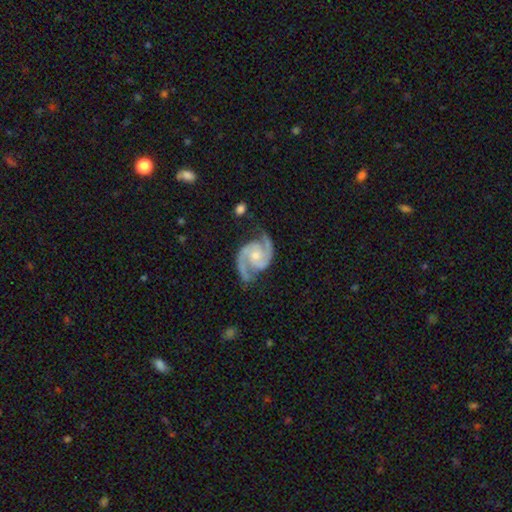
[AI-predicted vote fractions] Morphology: type=featured or disk (93%); edge-on=no (98%); bar=no (64%); spiral arms=yes (99%); winding=medium (60%); arm count=2 (93%); bulge=moderate (49%); merging=none (76%).